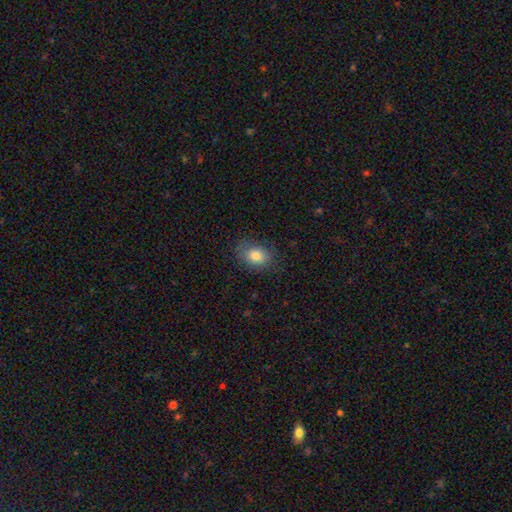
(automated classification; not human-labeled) This is clearly a smooth galaxy (83%). How rounded: likely in between (71%). Merging: clearly none (80%).